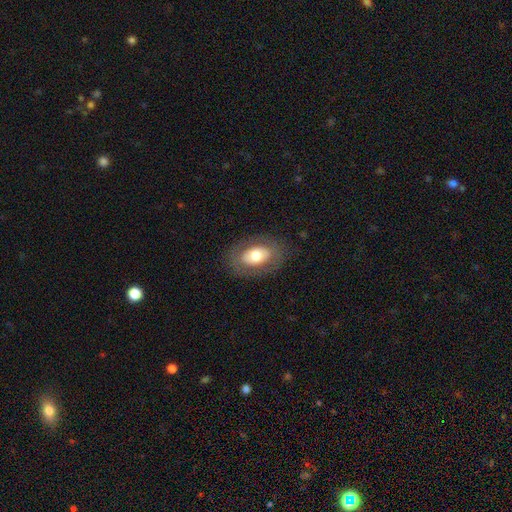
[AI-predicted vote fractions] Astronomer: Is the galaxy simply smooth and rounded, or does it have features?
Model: smooth — 60%.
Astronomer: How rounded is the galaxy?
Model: in between — 86%.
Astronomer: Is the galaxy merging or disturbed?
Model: none — 80%.